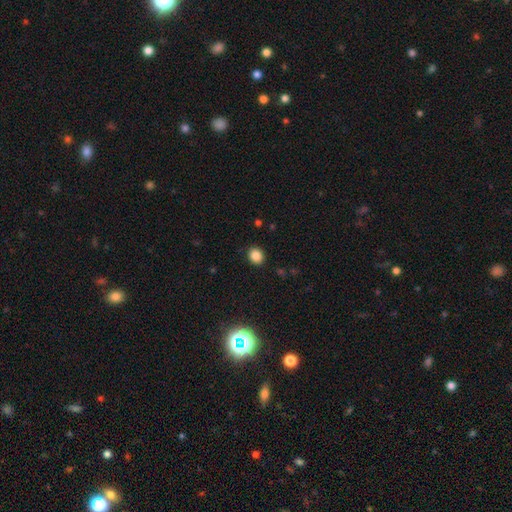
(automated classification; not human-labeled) This is clearly a smooth galaxy (85%). How rounded: likely round (68%). Merging: clearly none (90%).